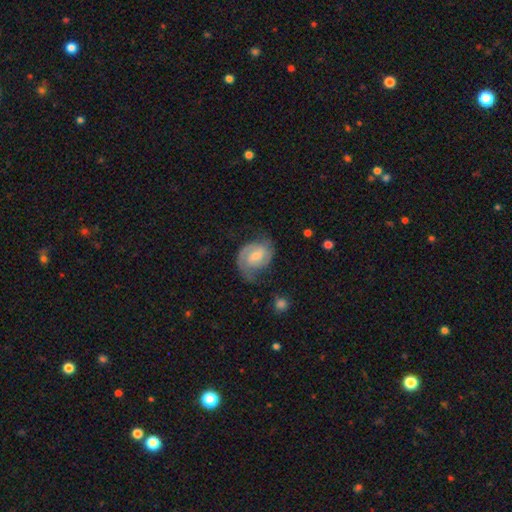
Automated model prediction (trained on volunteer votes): A featured or disk galaxy (71%) with a weak bar (52%), 2 (70%) medium (43%) spiral arms (92%) and a moderate central bulge (45%). Merging: none (54%).